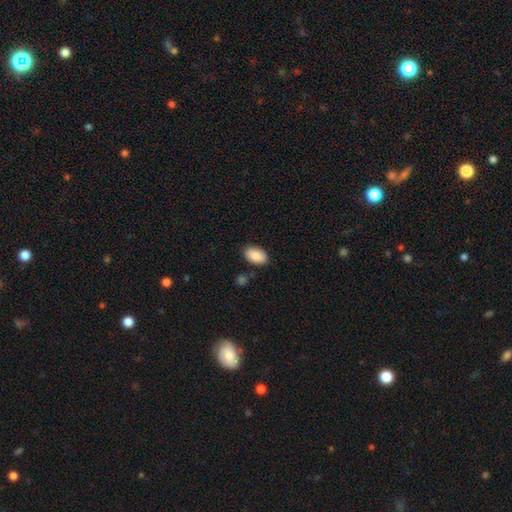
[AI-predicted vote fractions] Overall: smooth (89%). How rounded: in between (93%). Merging: none (84%).